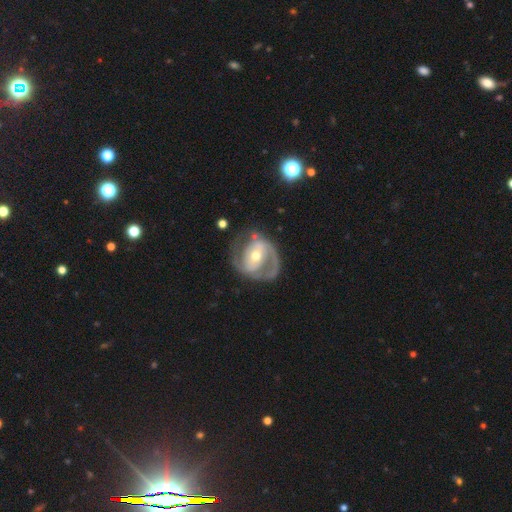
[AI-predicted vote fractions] Morphology: type=featured or disk (84%); edge-on=no (97%); bar=no (37%, tied with weak); spiral arms=yes (90%); winding=medium (47%); arm count=2 (75%); bulge=moderate (60%); merging=none (65%).